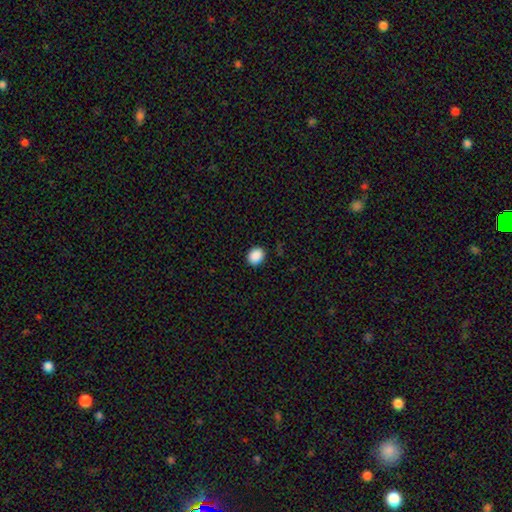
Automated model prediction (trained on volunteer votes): Morphology: type=smooth (89%); roundness=round (56%); merging=none (89%).